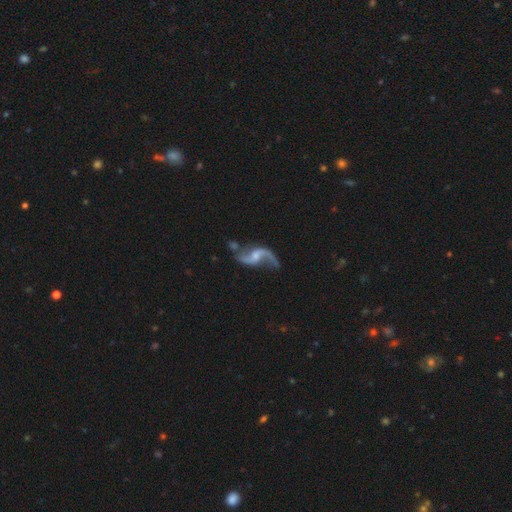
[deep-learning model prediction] Smooth or featured? Predicted: featured or disk (p=0.90). Edge-on disk? Predicted: no (p=0.97). Bar? Predicted: weak (p=0.45). Spiral arms? Predicted: yes (p=0.96). Spiral winding? Predicted: loose (p=0.88). Spiral arm count? Predicted: 2 (p=0.93). Bulge size? Predicted: small (p=0.41). Merging? Predicted: none (p=0.62).